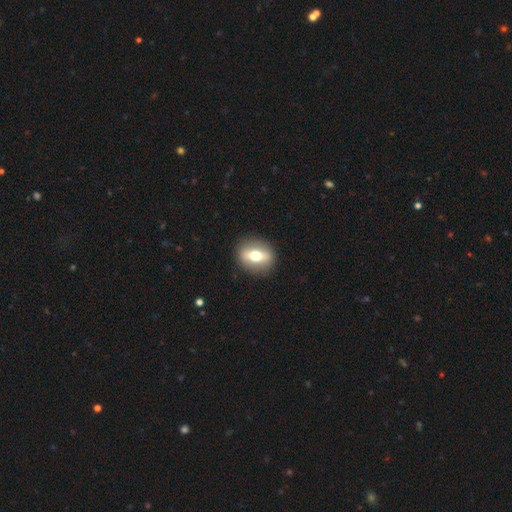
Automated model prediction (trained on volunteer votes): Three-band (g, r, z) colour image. It shows a smooth galaxy with no disk features (54%) that is round (50%). Merging: none (89%).